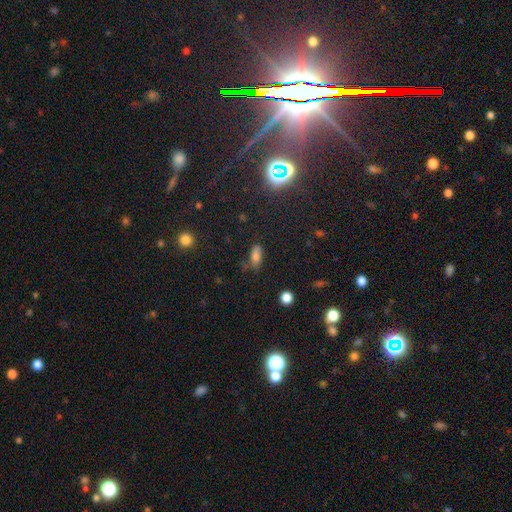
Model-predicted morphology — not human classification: Smooth or featured?
  - smooth: 70% *
  - star or artifact: 19%
  - featured or disk: 11%
How rounded?
  - in between: 80% *
  - cigar-shaped: 15%
  - round: 6%
Merging?
  - none: 62% *
  - minor disturbance: 25%
  - major disturbance: 9%
  - merger: 4%